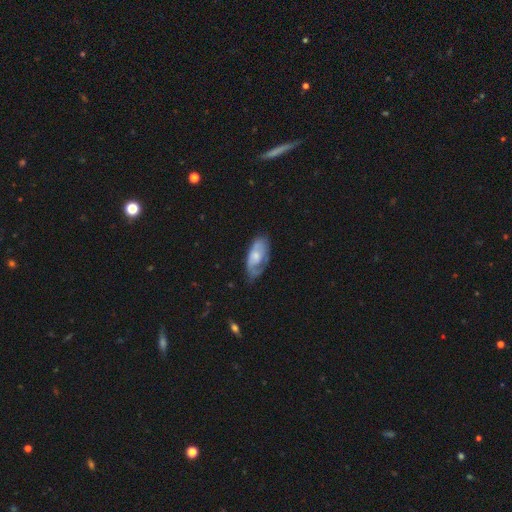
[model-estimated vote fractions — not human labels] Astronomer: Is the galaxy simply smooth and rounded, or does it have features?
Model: featured or disk — 55% (runner-up: smooth, 39%).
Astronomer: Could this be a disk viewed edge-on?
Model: no — 91%.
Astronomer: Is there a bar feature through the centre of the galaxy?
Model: no — 75%.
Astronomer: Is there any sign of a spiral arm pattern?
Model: yes — 69%.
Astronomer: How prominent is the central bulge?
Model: small — 46% (runner-up: moderate, 40%).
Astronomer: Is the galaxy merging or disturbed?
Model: none — 50% (runner-up: minor disturbance, 30%).